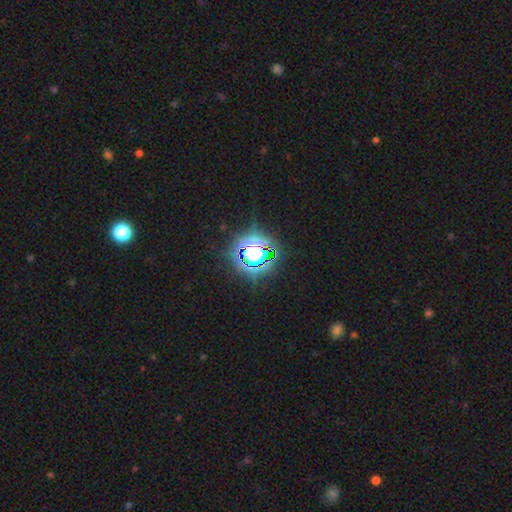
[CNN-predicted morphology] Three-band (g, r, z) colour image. It shows a star or artifact, not a galaxy (68%).